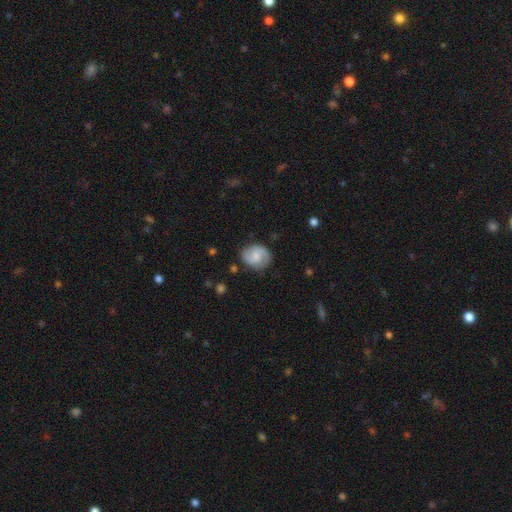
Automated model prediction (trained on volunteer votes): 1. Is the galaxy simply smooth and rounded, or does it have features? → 58% featured or disk, 36% smooth, 7% star or artifact.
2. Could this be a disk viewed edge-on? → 98% no, 2% yes.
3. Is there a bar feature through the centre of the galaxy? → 54% no, 39% weak, 7% strong.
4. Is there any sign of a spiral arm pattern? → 90% yes, 10% no.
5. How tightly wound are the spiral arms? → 47% medium, 30% tight, 22% loose.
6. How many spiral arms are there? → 86% 2, 8% can't tell, 3% 1, 1% 3, 1% 4, 1% more than 4.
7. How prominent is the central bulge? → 44% moderate, 38% small, 11% none, 5% large, 1% dominant.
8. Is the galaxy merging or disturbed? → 79% none, 16% minor disturbance, 4% major disturbance, 1% merger.